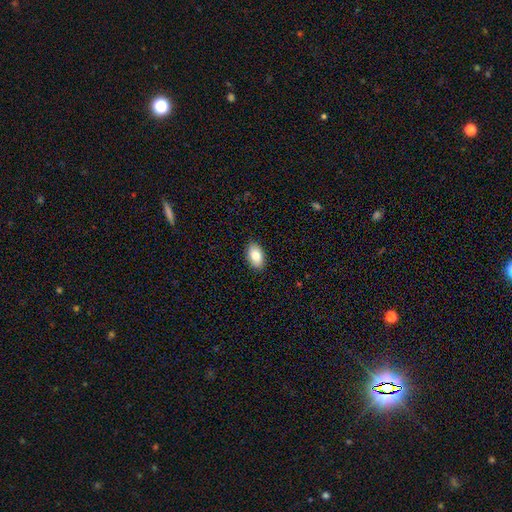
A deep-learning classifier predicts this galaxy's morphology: smooth 83%, featured or disk 10%, star or artifact 7%. Down the decision tree: how rounded — in between (93%); merging — none (89%).